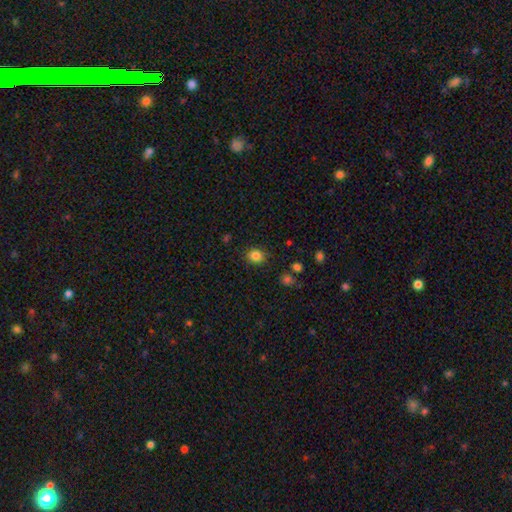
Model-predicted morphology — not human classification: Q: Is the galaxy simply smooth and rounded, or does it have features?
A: smooth — 84%.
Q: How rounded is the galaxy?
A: round — 69%.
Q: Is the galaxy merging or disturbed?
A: none — 86%.